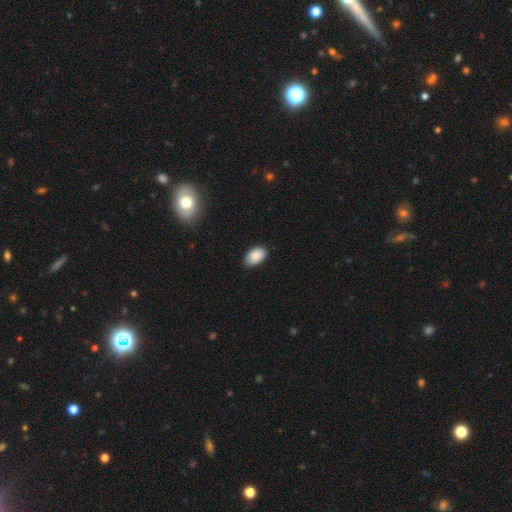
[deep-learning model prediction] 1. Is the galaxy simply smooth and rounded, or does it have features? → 88% smooth, 7% star or artifact, 5% featured or disk.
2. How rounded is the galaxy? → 92% in between, 7% round, 1% cigar-shaped.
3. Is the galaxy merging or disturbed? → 81% none, 16% minor disturbance, 2% major disturbance, 1% merger.